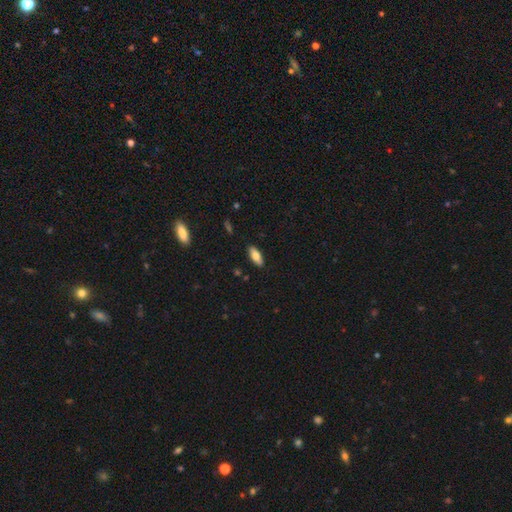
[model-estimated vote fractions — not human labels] Smooth or featured: smooth — 76% (featured or disk — 18%)
How rounded: in between — 79% (cigar-shaped — 18%)
Merging: none — 88% (minor disturbance — 9%)